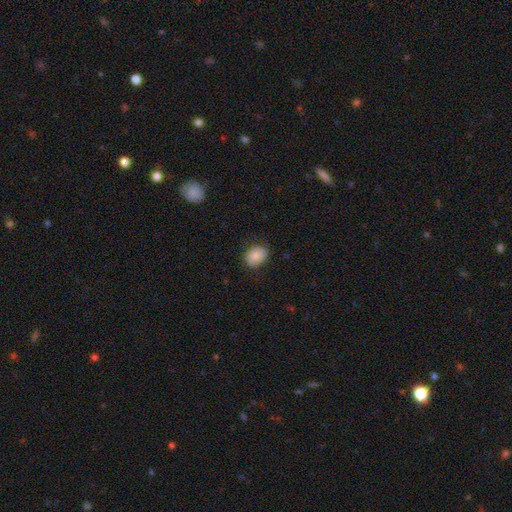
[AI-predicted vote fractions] Morphology: type=smooth (83%); roundness=in between (50%); merging=none (82%).